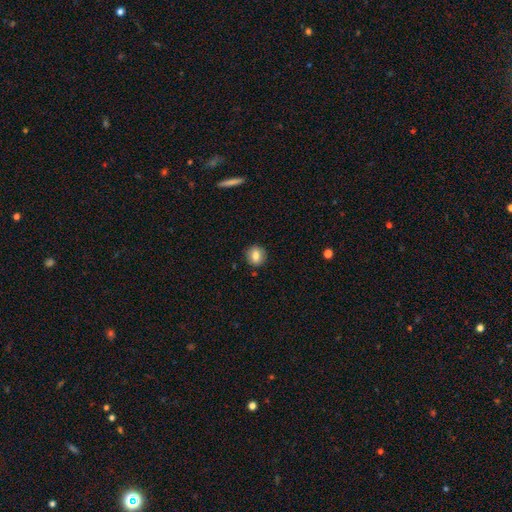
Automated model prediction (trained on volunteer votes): smooth_or_featured: smooth (p=0.79) [alt: featured or disk p=0.12]
how_rounded: round (p=0.87) [alt: in between p=0.12]
merging: none (p=0.89) [alt: minor disturbance p=0.07]